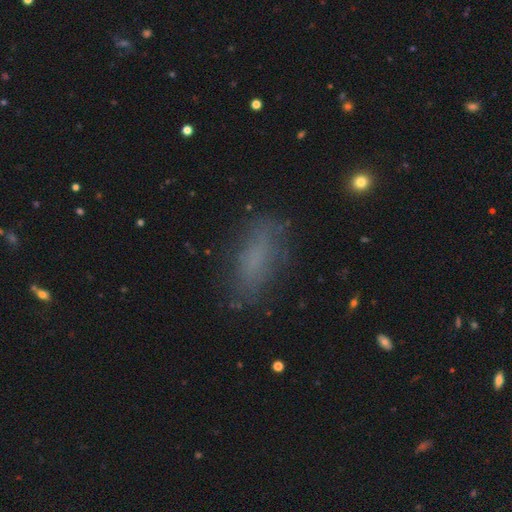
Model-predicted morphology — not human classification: Smooth or featured? smooth (65%)
How rounded? in between (68%)
Merging? none (72%)